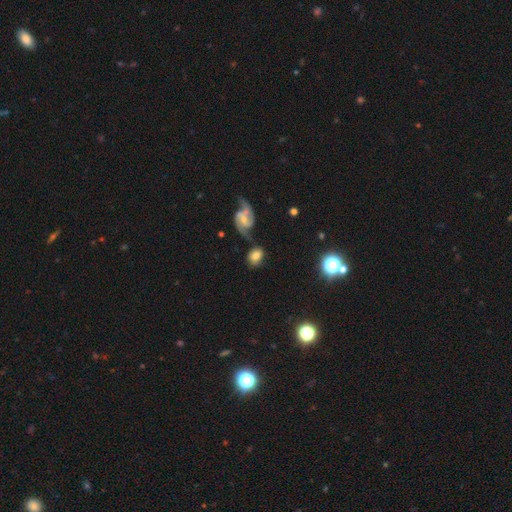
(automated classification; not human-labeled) Morphology: type=smooth (63%); roundness=in between (56%); merging=none (55%).